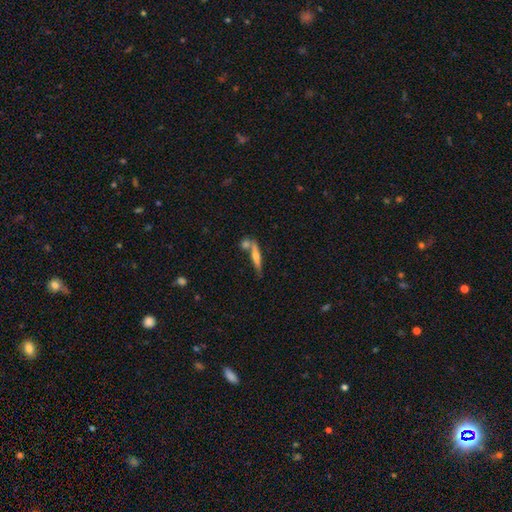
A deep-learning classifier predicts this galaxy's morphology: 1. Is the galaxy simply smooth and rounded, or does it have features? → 51% featured or disk, 41% smooth, 7% star or artifact.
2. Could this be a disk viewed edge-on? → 92% yes, 8% no.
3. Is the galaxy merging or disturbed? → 56% none, 27% merger, 12% minor disturbance, 4% major disturbance.